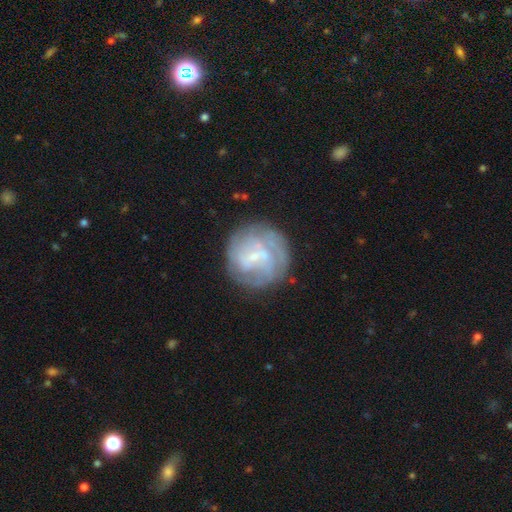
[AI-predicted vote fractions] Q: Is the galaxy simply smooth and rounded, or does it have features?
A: featured or disk — 63%.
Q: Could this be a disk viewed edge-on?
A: no — 97%.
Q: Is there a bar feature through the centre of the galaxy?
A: no — 46%.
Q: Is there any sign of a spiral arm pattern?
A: yes — 63%.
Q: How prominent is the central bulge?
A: small — 66%.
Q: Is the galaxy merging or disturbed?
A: none — 70%.